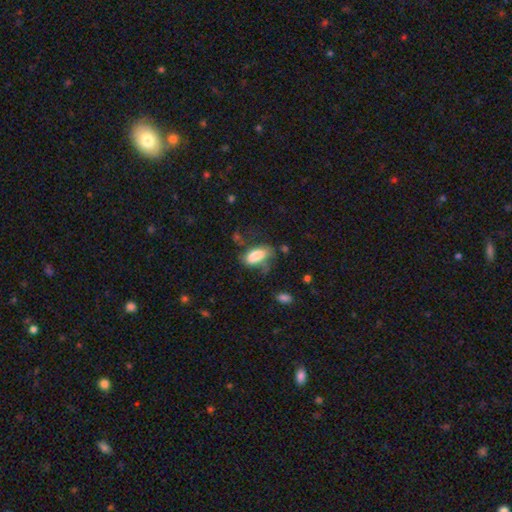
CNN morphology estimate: Smooth or featured: smooth — 79% (featured or disk — 14%)
How rounded: in between — 87% (cigar-shaped — 11%)
Merging: none — 45% (minor disturbance — 30%)